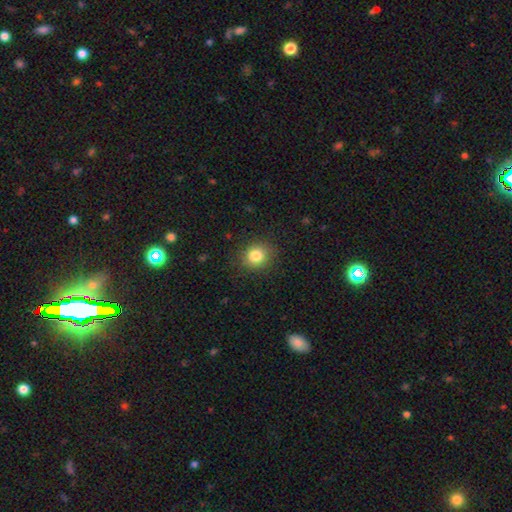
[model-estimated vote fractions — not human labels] smooth 82%, star or artifact 11%, featured or disk 6%. Down the decision tree: how rounded — round (78%); merging — none (87%).